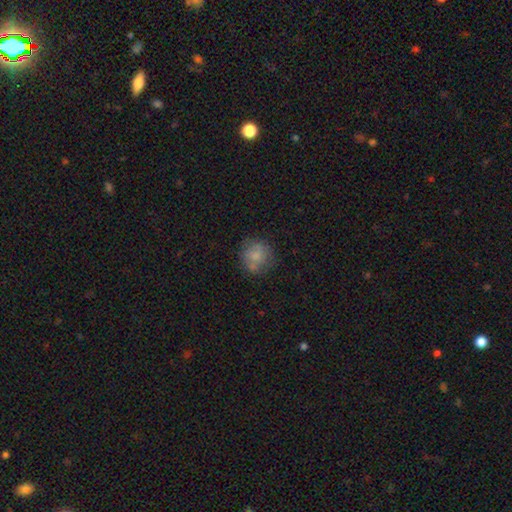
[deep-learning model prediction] Overall: smooth (69%). How rounded: round (84%). Merging: none (67%).